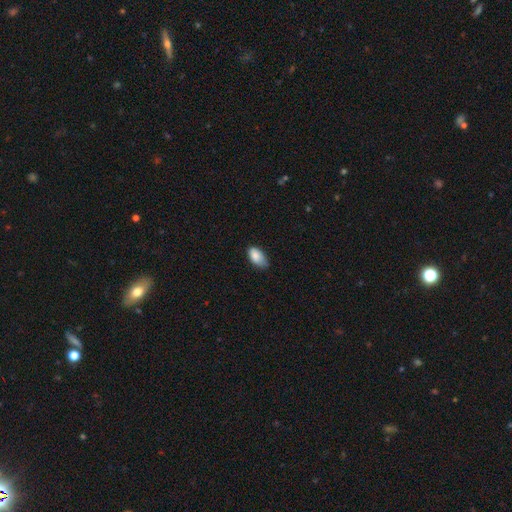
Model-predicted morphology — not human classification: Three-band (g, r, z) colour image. It shows a smooth galaxy with no disk features (86%) that is in between round and cigar-shaped (94%). Merging: none (53%).